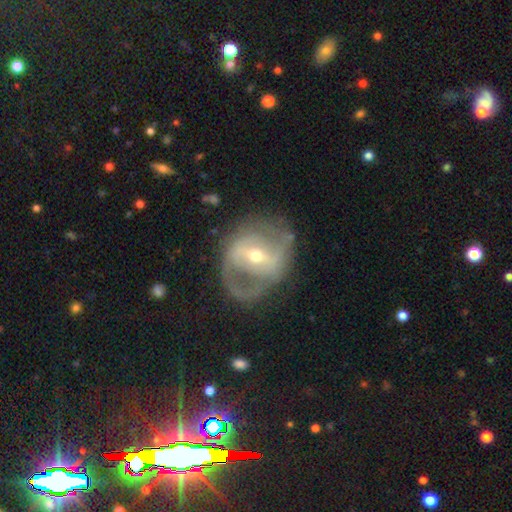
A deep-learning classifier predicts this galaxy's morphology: smooth_or_featured: featured or disk (p=0.79) [alt: smooth p=0.14]
disk_edge_on: no (p=0.95) [alt: yes p=0.05]
bar: strong (p=0.42) [alt: weak p=0.39]
has_spiral_arms: yes (p=0.77) [alt: no p=0.23]
spiral_winding: medium (p=0.44) [alt: tight p=0.29]
spiral_arm_count: 2 (p=0.68) [alt: can't tell p=0.17]
bulge_size: moderate (p=0.51) [alt: small p=0.44]
merging: none (p=0.63) [alt: minor disturbance p=0.20]